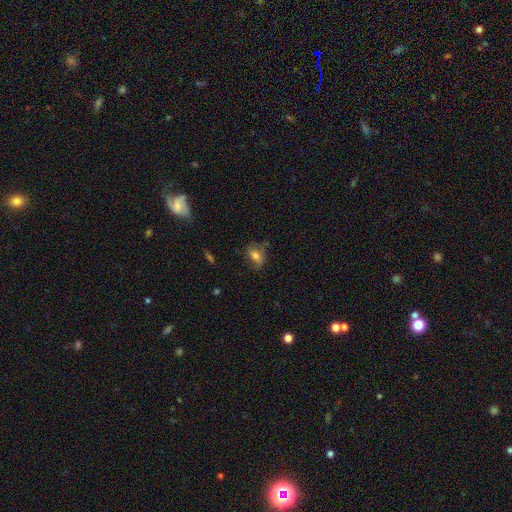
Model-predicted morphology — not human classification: A smooth galaxy with no disk features (66%) that is in between round and cigar-shaped (73%).

Vote fractions:
- Smooth or featured? smooth: 66% / featured or disk: 22% / star or artifact: 12%
- How rounded? in between: 73% / round: 24% / cigar-shaped: 3%
- Merging? none: 64% / minor disturbance: 24% / major disturbance: 9% / merger: 3%